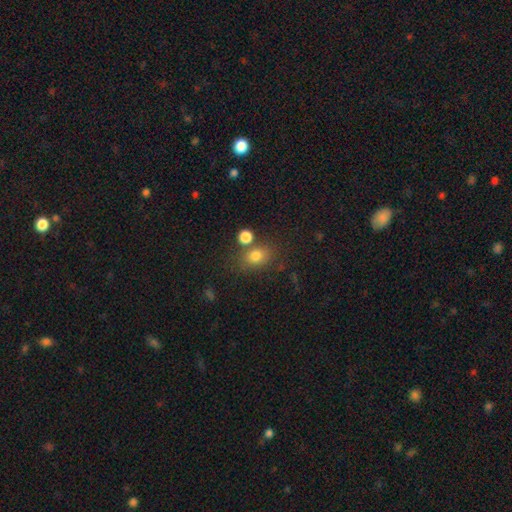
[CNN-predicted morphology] Overall: smooth (79%). How rounded: in between (51%; round 47%). Merging: none (64%).